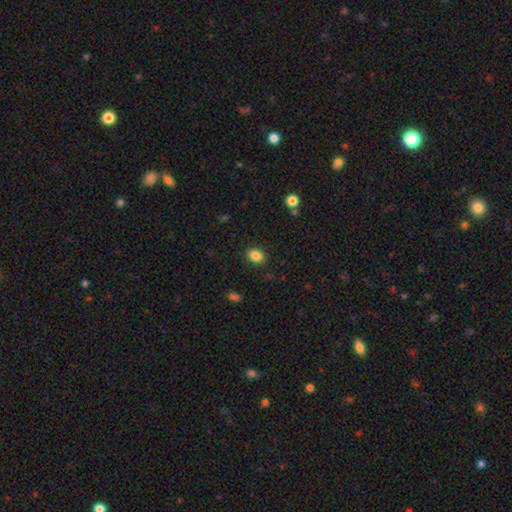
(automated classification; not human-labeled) Smooth or featured: smooth — 86% (star or artifact — 10%)
How rounded: in between — 66% (round — 33%)
Merging: none — 88% (minor disturbance — 9%)